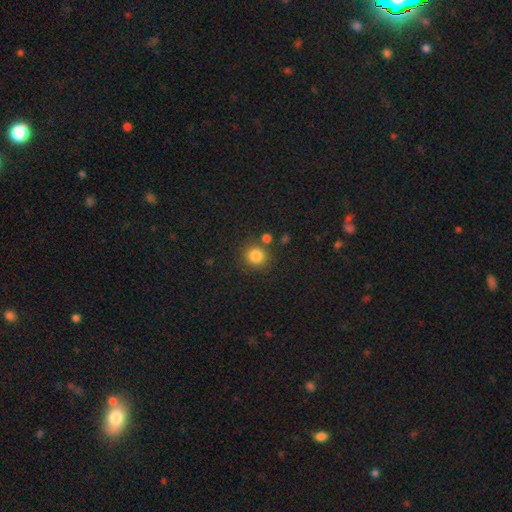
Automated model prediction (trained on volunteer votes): The model was most divided on "merging": none: 78%, merger: 9%, minor disturbance: 9%, major disturbance: 3%. More confident: how rounded — round (90%); smooth or featured — smooth (83%).